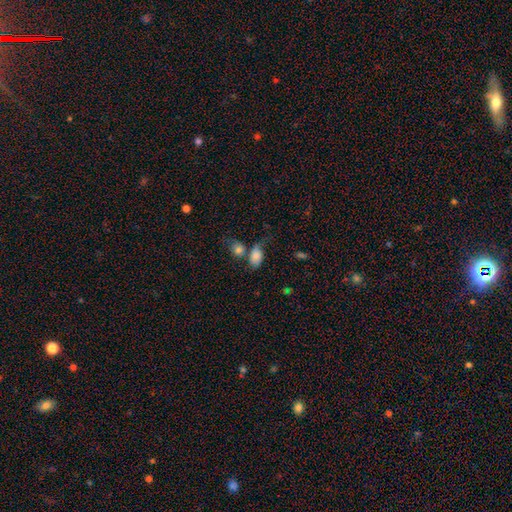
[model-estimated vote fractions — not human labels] smooth 77%, featured or disk 14%, star or artifact 9%. Down the decision tree: how rounded — in between (85%); merging — merger (34%).